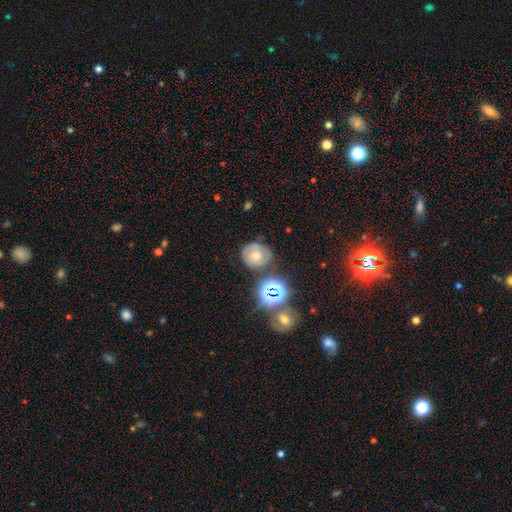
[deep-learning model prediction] Smooth or featured? smooth (46%)
Merging? none (66%)